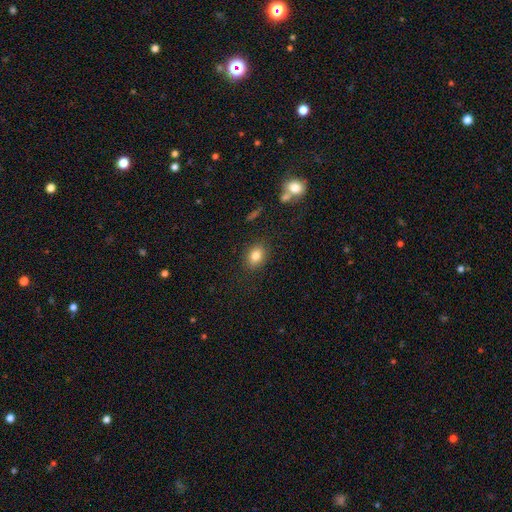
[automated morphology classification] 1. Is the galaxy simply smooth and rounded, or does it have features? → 82% smooth, 10% star or artifact, 8% featured or disk.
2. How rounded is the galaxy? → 65% in between, 34% round, 1% cigar-shaped.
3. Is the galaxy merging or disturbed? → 86% none, 9% minor disturbance, 3% major disturbance, 2% merger.